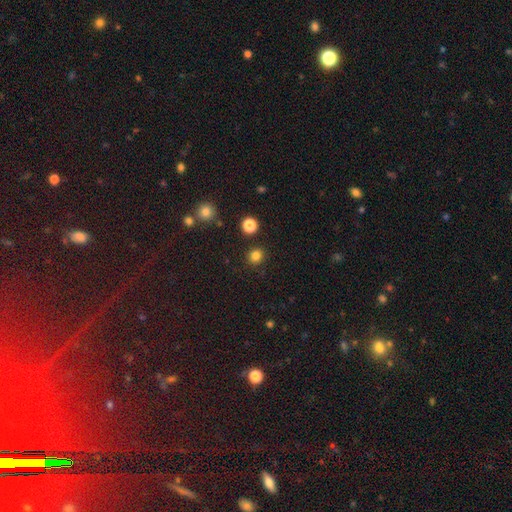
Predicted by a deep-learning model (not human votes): Q: Smooth or featured?
A: smooth (81%); runner-up: star or artifact (15%)
Q: How rounded?
A: round (90%); runner-up: in between (9%)
Q: Merging?
A: none (89%); runner-up: minor disturbance (6%)